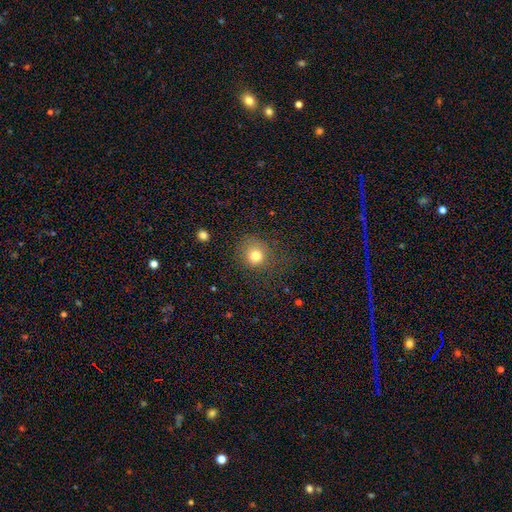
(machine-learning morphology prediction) Smooth or featured?
  - smooth: 79% *
  - star or artifact: 13%
  - featured or disk: 8%
How rounded?
  - round: 86% *
  - in between: 13%
  - cigar-shaped: 1%
Merging?
  - none: 71% *
  - minor disturbance: 16%
  - major disturbance: 11%
  - merger: 2%